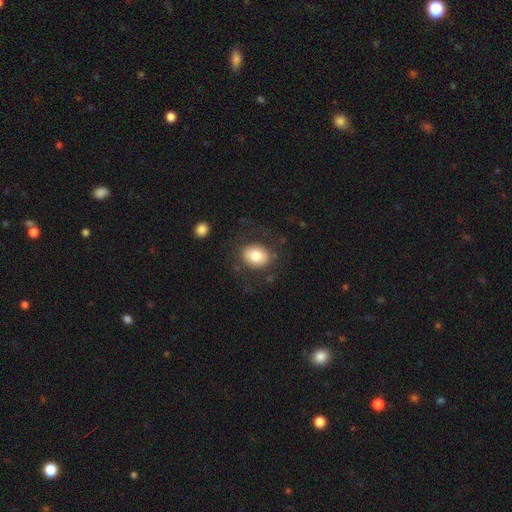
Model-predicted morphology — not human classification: Overall: smooth (77%). How rounded: round (53%; in between 46%). Merging: none (78%).